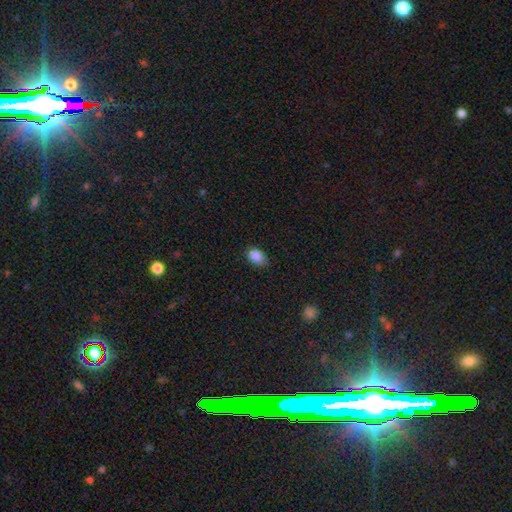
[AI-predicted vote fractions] Q: Smooth or featured?
A: smooth (87%); runner-up: star or artifact (9%)
Q: How rounded?
A: in between (82%); runner-up: round (16%)
Q: Merging?
A: none (76%); runner-up: minor disturbance (20%)